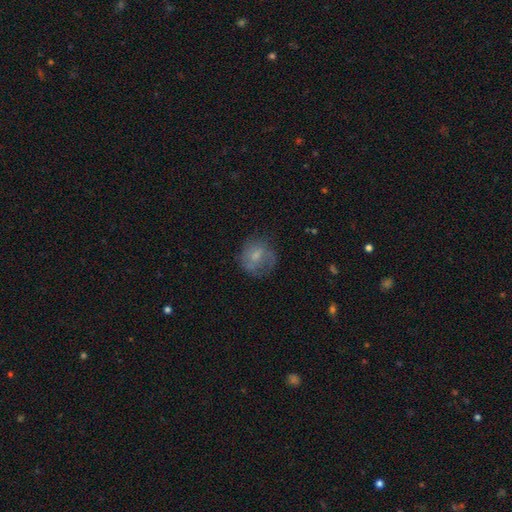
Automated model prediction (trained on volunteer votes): Overall: smooth (58%; featured or disk 32%). How rounded: round (75%). Merging: none (57%; minor disturbance 24%).